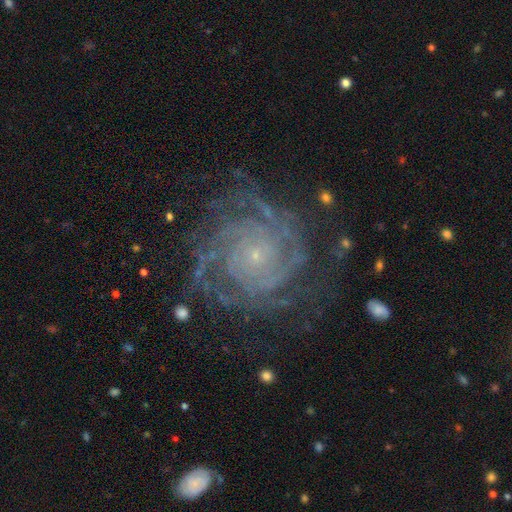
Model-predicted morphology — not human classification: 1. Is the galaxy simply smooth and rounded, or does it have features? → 87% featured or disk, 7% star or artifact, 6% smooth.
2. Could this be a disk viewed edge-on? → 98% no, 2% yes.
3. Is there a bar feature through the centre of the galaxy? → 81% no, 14% weak, 5% strong.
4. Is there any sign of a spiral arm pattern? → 97% yes, 3% no.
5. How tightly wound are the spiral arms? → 77% tight, 20% medium, 4% loose.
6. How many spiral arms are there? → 26% can't tell, 21% 4, 16% 3, 16% more than 4, 15% 2, 7% 1.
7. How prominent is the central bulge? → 86% small, 8% moderate, 3% none, 1% large, 1% dominant.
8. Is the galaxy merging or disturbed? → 74% none, 16% minor disturbance, 9% major disturbance, 2% merger.